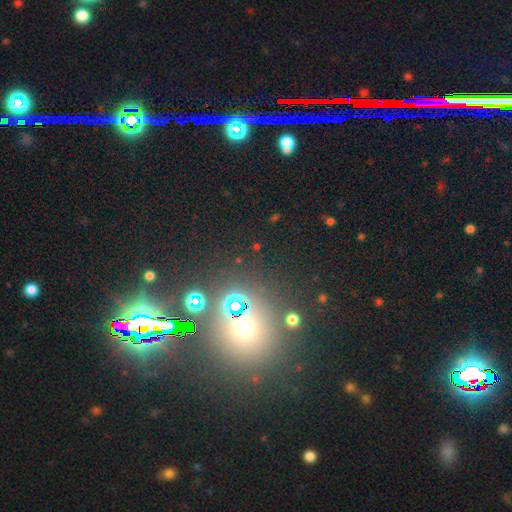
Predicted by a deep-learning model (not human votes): smooth_or_featured: star or artifact (p=0.59) [alt: smooth p=0.31]